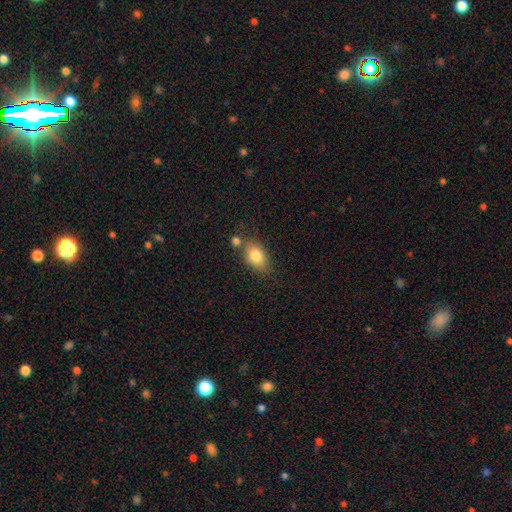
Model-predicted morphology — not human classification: This is clearly a smooth galaxy (81%). How rounded: clearly in between (83%). Merging: likely none (65%).